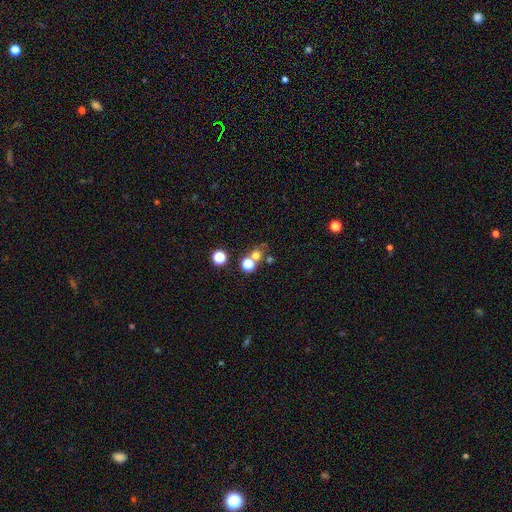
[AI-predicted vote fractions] This appears to be a smooth galaxy with no disk features (61%) that is round (85%). Merging: none (57%).